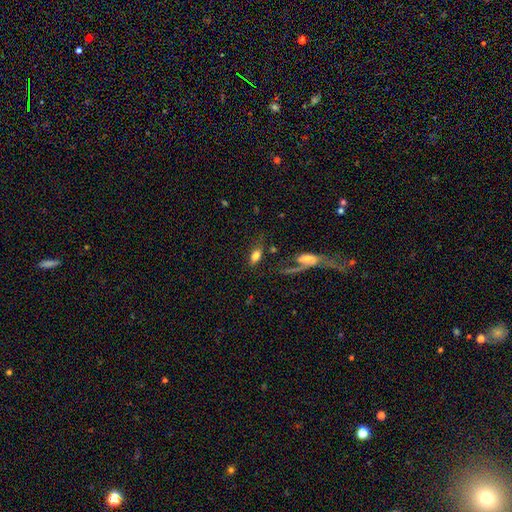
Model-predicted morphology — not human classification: This appears to be a smooth galaxy with no disk features (74%) that is in between round and cigar-shaped (87%). Merging: none (60%).